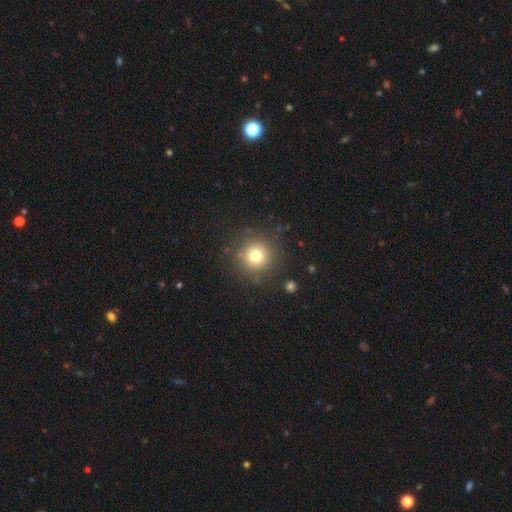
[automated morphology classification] A smooth galaxy with no disk features (75%) that is round (95%).

Vote fractions:
- Smooth or featured? smooth: 75% / star or artifact: 15% / featured or disk: 10%
- How rounded? round: 95% / in between: 4% / cigar-shaped: 1%
- Merging? none: 86% / minor disturbance: 8% / major disturbance: 4% / merger: 2%